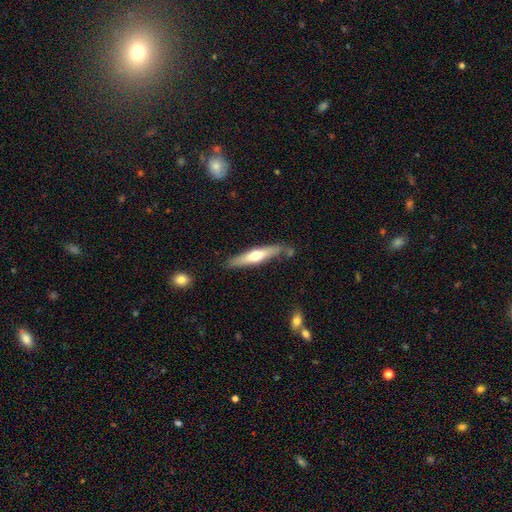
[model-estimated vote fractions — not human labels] smooth-or-featured: smooth: 49% | featured or disk: 45% | star or artifact: 5%
  merging: none: 78% | minor disturbance: 14% | merger: 4% | major disturbance: 3%